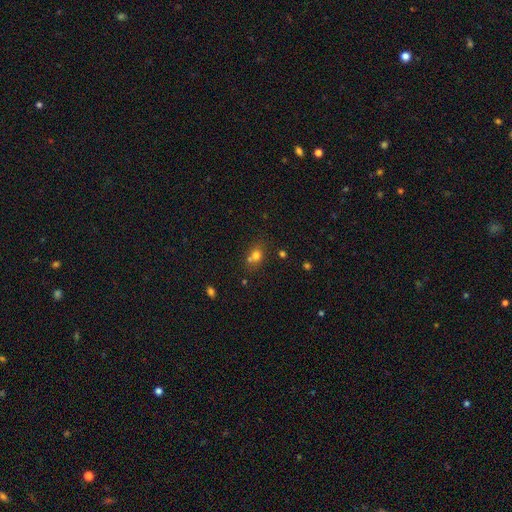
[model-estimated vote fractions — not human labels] Smooth or featured? Predicted: smooth (p=0.71). How rounded? Predicted: round (p=0.67). Merging? Predicted: none (p=0.50).